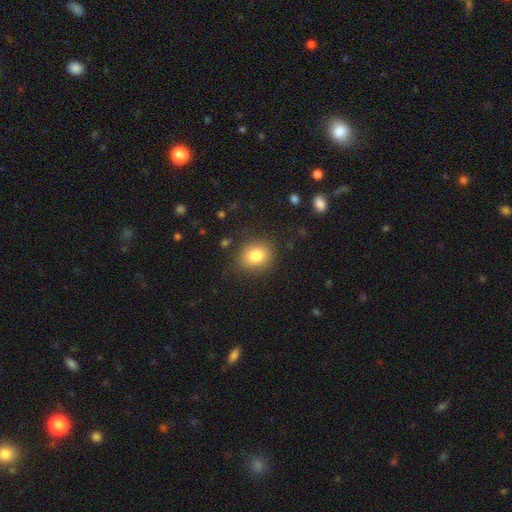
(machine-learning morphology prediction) This appears to be a smooth galaxy with no disk features (82%) that is round (68%). Merging: none (85%).